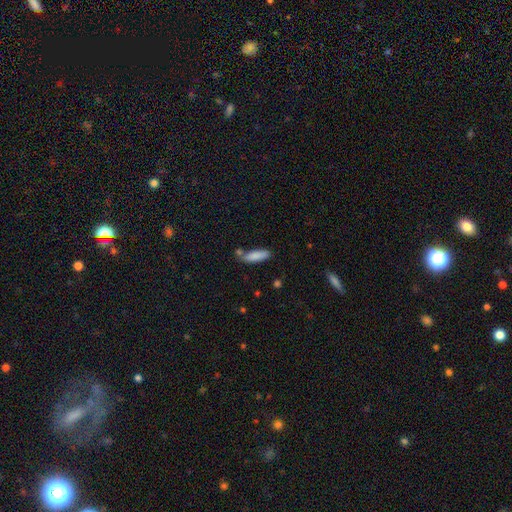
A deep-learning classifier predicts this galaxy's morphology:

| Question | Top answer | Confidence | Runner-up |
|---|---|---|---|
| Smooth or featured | smooth | 85% | featured or disk (8%) |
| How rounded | cigar-shaped | 56% | in between (43%) |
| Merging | none | 67% | minor disturbance (16%) |